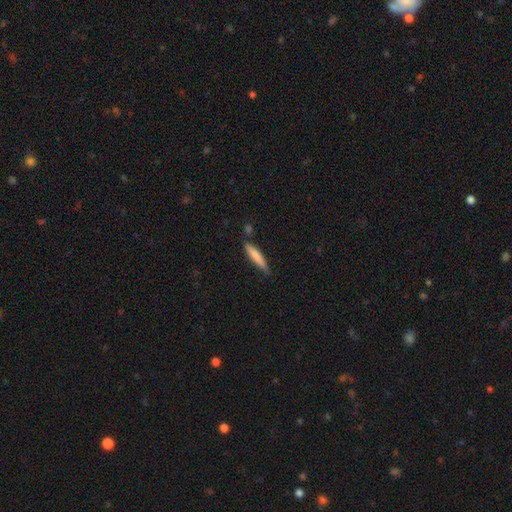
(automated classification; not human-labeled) The model was most divided on "smooth or featured": smooth: 74%, featured or disk: 20%, star or artifact: 6%. More confident: how rounded — cigar-shaped (89%); merging — none (75%).